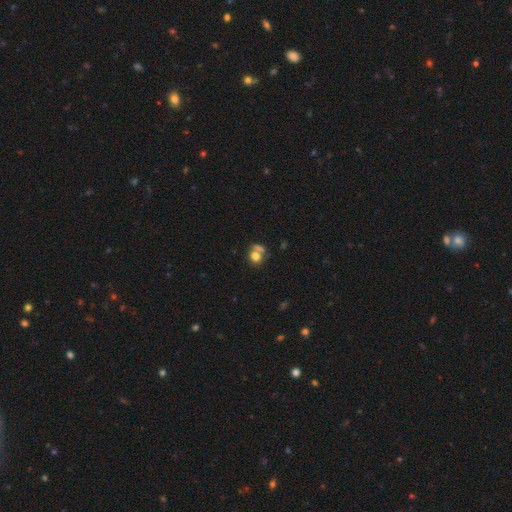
This is likely a smooth galaxy (79%). How rounded: likely round (77%). Merging: marginally none (43%).